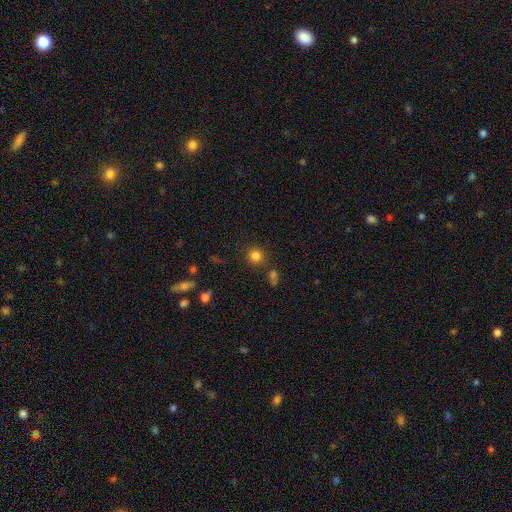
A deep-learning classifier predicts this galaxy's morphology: smooth 82%, star or artifact 13%, featured or disk 6%. Down the decision tree: how rounded — round (90%); merging — none (83%).